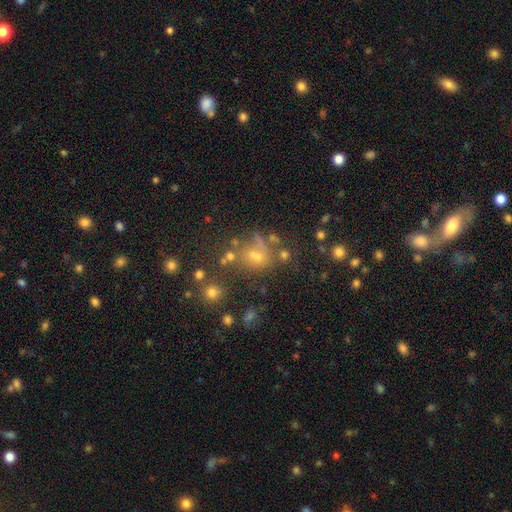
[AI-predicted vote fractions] Q: Smooth or featured?
A: smooth (42%); runner-up: star or artifact (34%)
Q: Merging?
A: none (47%); runner-up: merger (20%)